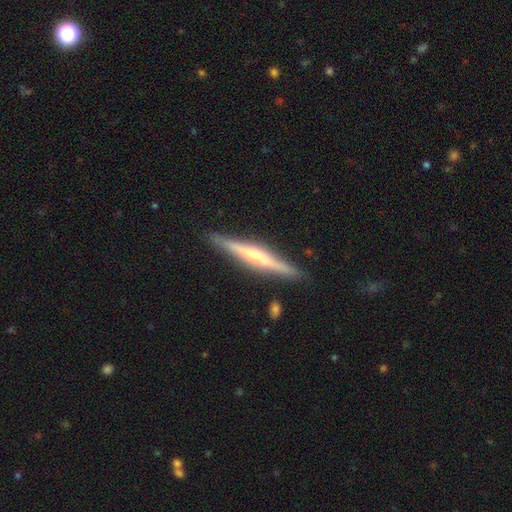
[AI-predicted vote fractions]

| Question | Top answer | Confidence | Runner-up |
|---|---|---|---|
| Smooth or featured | featured or disk | 67% | smooth (27%) |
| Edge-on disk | yes | 97% | no (3%) |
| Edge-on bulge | rounded | 55% | none (31%) |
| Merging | none | 89% | minor disturbance (8%) |